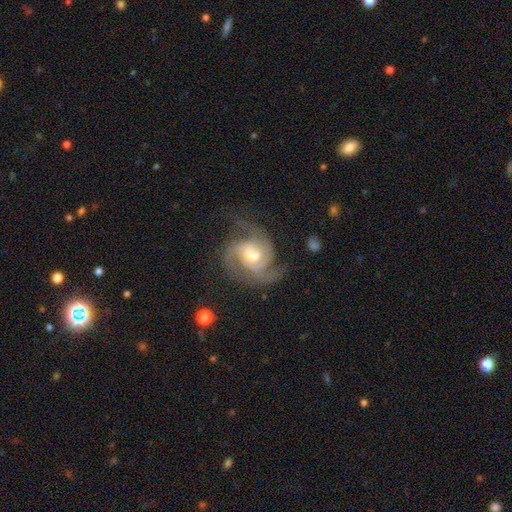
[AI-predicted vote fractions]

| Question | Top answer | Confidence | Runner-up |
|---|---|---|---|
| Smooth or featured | featured or disk | 88% | smooth (7%) |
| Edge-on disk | no | 98% | yes (2%) |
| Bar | weak | 46% | no (41%) |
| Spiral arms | yes | 97% | no (3%) |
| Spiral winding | medium | 50% | tight (37%) |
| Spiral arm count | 3 | 45% | 2 (29%) |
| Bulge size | moderate | 64% | small (20%) |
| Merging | none | 61% | minor disturbance (21%) |